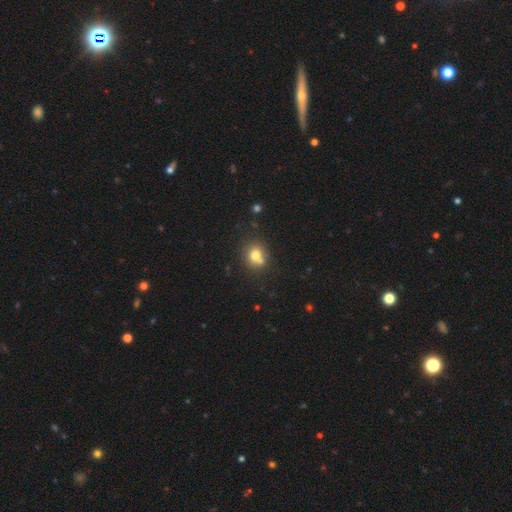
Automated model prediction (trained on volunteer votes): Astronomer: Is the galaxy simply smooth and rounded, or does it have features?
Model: smooth — 74%.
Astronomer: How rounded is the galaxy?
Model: round — 77%.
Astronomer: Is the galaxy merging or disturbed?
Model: none — 59%.